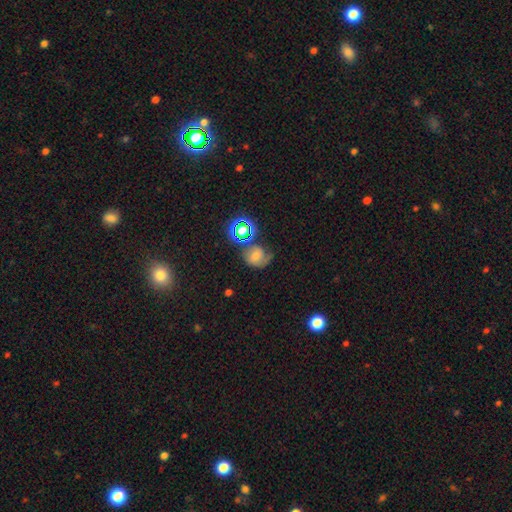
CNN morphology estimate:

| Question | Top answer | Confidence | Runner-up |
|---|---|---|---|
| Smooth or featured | smooth | 43% | featured or disk (36%) |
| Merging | none | 44% | minor disturbance (26%) |